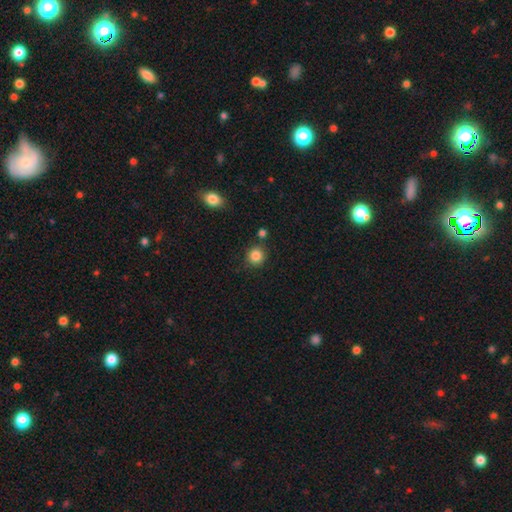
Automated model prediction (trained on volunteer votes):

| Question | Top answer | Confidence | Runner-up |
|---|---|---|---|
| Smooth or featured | smooth | 85% | star or artifact (10%) |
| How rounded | round | 89% | in between (10%) |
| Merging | none | 81% | minor disturbance (10%) |